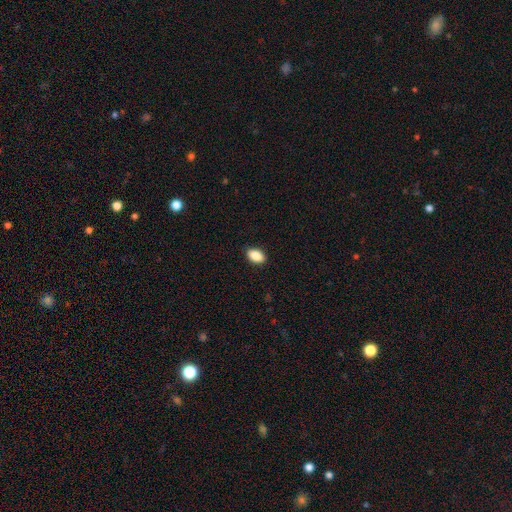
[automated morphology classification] smooth 87%, star or artifact 7%, featured or disk 5%. Down the decision tree: how rounded — in between (90%); merging — none (89%).